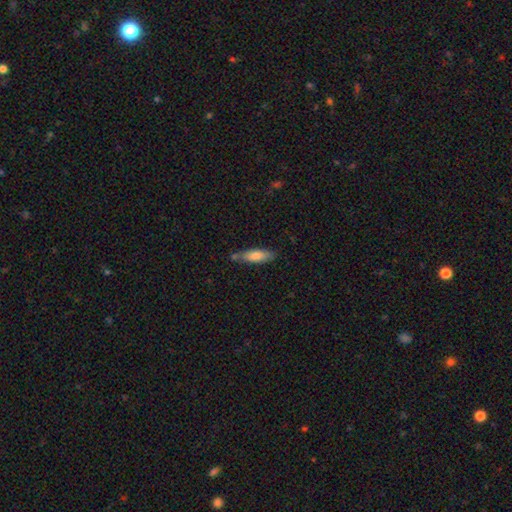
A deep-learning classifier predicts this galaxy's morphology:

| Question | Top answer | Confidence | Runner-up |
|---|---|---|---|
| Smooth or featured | smooth | 75% | featured or disk (19%) |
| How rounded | cigar-shaped | 51% | in between (47%) |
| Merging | none | 69% | minor disturbance (20%) |